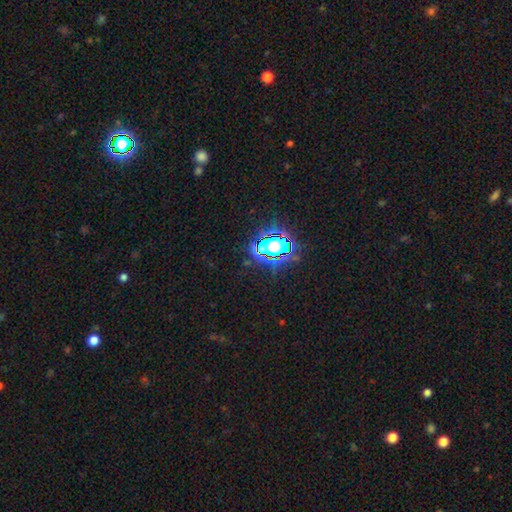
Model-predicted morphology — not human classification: Q: Smooth or featured?
A: star or artifact (81%); runner-up: smooth (12%)